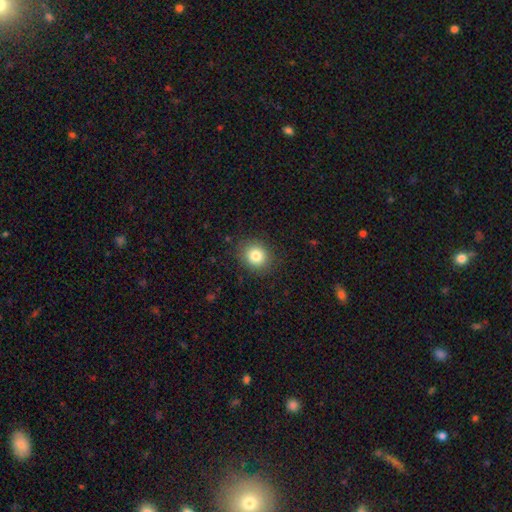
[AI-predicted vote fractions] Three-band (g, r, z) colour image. It shows a smooth galaxy with no disk features (82%) that is round (75%). Merging: none (87%).